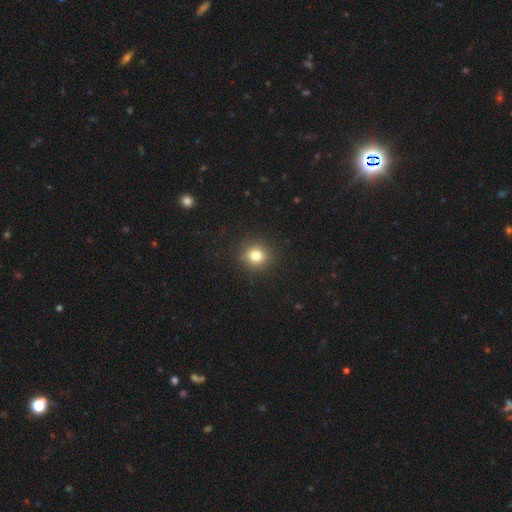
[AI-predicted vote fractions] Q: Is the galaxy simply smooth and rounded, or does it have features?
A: smooth — 81%.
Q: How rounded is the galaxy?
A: round — 88%.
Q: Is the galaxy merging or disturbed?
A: none — 91%.